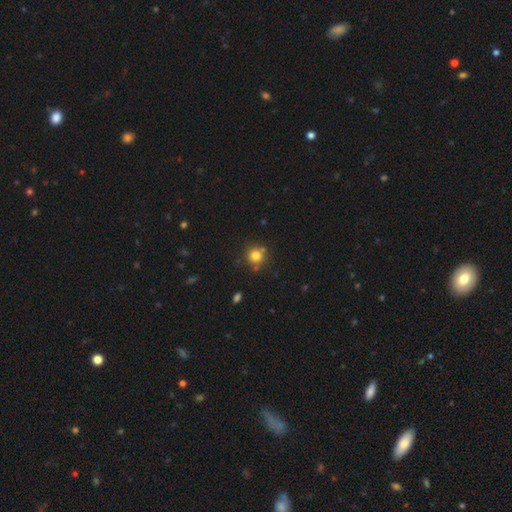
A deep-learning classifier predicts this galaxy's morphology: Q: Smooth or featured?
A: smooth (80%); runner-up: star or artifact (13%)
Q: How rounded?
A: round (92%); runner-up: in between (7%)
Q: Merging?
A: none (79%); runner-up: minor disturbance (11%)